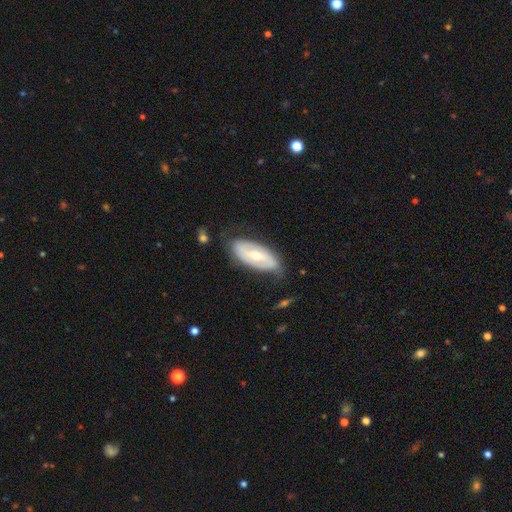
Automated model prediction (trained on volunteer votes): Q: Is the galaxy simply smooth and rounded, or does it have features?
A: featured or disk — 61%.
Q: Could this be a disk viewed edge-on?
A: no — 88%.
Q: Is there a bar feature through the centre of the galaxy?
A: weak — 40%.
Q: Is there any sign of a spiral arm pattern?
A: yes — 69%.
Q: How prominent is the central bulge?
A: moderate — 54%.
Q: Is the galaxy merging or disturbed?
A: none — 70%.